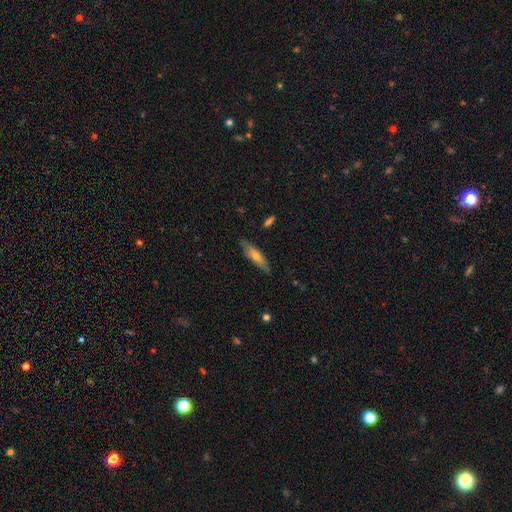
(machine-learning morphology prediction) The model was most divided on "smooth or featured": smooth: 55%, featured or disk: 38%, star or artifact: 6%. More confident: merging — none (80%); how rounded — cigar-shaped (68%).